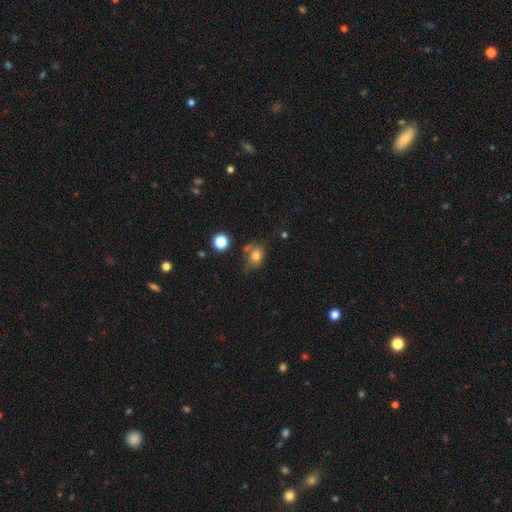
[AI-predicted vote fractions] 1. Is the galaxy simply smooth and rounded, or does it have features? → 76% smooth, 12% star or artifact, 12% featured or disk.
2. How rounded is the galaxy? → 56% in between, 42% round, 1% cigar-shaped.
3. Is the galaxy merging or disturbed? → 49% none, 28% minor disturbance, 13% merger, 11% major disturbance.